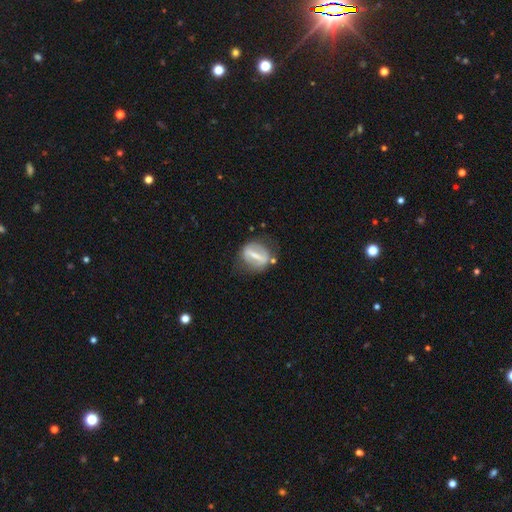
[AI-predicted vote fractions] A featured or disk galaxy (64%) with a strong bar (78%), no spiral arms (72%) and a small central bulge (37%). Merging: none (65%).